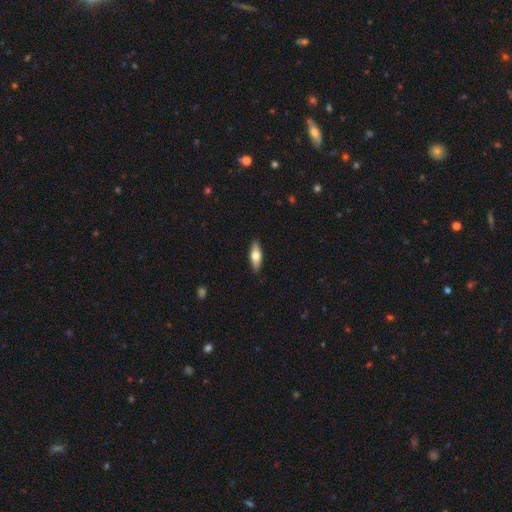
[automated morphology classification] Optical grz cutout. It shows a smooth galaxy with no disk features (58%) that is in between round and cigar-shaped (59%). Merging: none (89%).